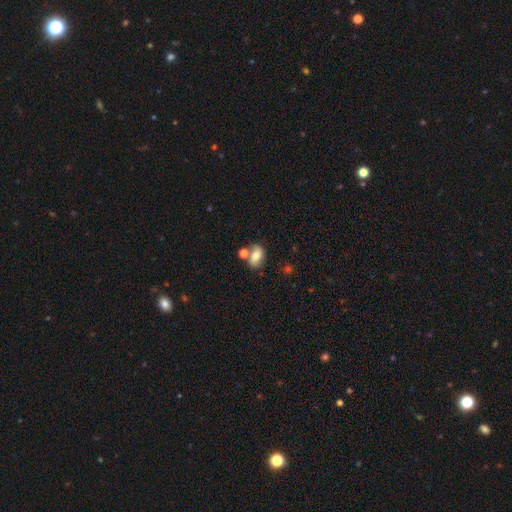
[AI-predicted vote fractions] Smooth or featured: smooth — 58% (featured or disk — 32%)
How rounded: in between — 75% (round — 23%)
Merging: none — 53% (merger — 25%)